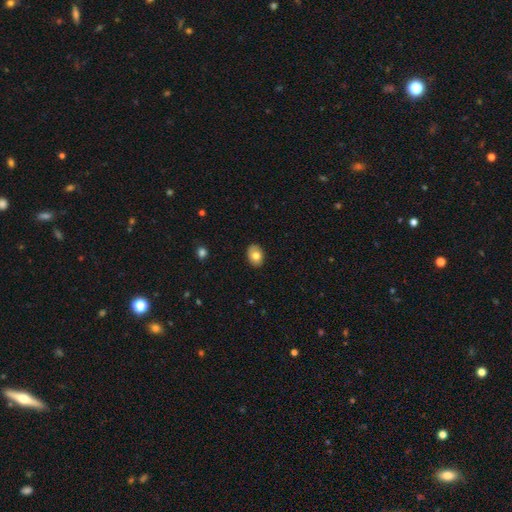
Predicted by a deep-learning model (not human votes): A smooth galaxy with no disk features (79%) that is in between round and cigar-shaped (77%).

Vote fractions:
- Smooth or featured? smooth: 79% / featured or disk: 13% / star or artifact: 8%
- How rounded? in between: 77% / round: 22% / cigar-shaped: 1%
- Merging? none: 88% / minor disturbance: 9% / major disturbance: 2% / merger: 1%